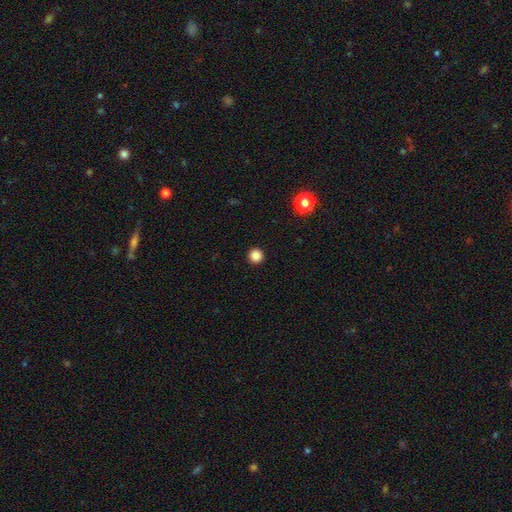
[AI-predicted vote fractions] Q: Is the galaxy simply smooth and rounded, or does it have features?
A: smooth — 85%.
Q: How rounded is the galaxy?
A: round — 96%.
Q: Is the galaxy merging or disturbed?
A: none — 94%.